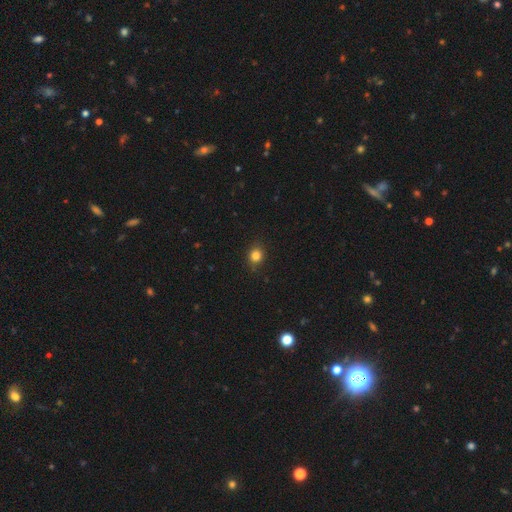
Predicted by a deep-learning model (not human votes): A smooth galaxy with no disk features (83%) that is round (78%). Merging: none (88%).